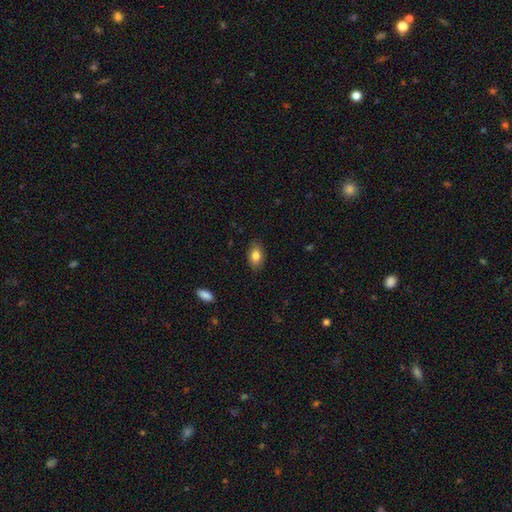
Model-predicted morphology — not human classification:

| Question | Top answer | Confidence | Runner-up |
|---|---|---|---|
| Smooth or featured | smooth | 83% | featured or disk (10%) |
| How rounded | in between | 88% | round (10%) |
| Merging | none | 87% | minor disturbance (10%) |